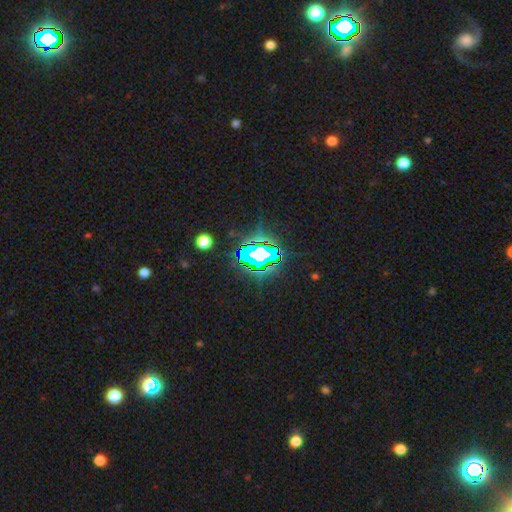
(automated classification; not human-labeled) Smooth or featured? Predicted: star or artifact (p=0.79).